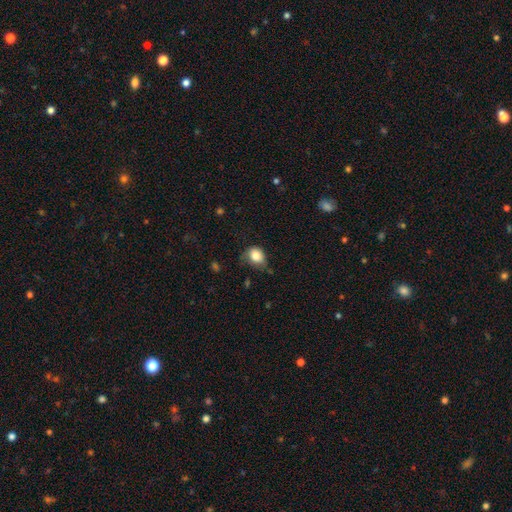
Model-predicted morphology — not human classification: smooth 82%, star or artifact 9%, featured or disk 9%. Down the decision tree: how rounded — round (56%); merging — none (47%).